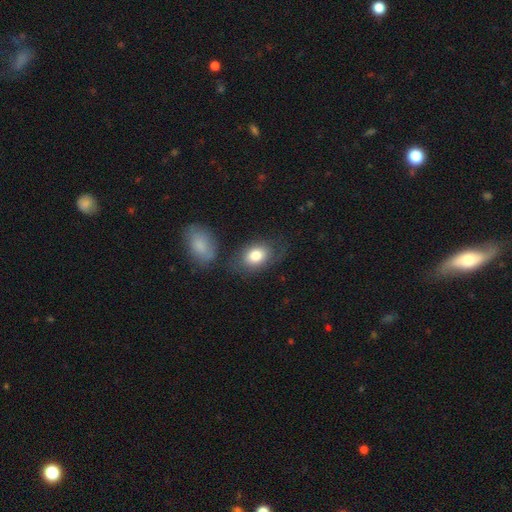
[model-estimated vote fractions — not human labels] Q: Smooth or featured?
A: smooth (79%); runner-up: featured or disk (14%)
Q: How rounded?
A: in between (79%); runner-up: round (20%)
Q: Merging?
A: none (61%); runner-up: minor disturbance (20%)